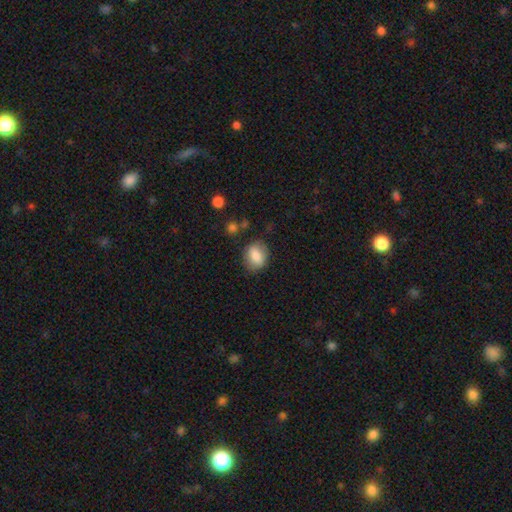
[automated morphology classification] smooth_or_featured: smooth (p=0.81) [alt: featured or disk p=0.11]
how_rounded: in between (p=0.59) [alt: round p=0.39]
merging: none (p=0.77) [alt: minor disturbance p=0.16]